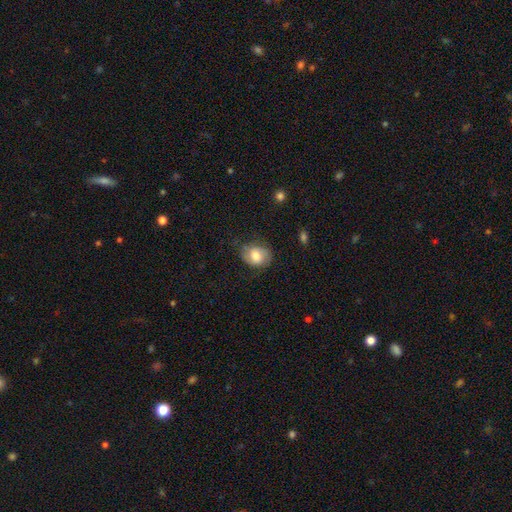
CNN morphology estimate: smooth_or_featured: smooth (p=0.65) [alt: featured or disk p=0.28]
how_rounded: in between (p=0.52) [alt: round p=0.47]
merging: none (p=0.69) [alt: minor disturbance p=0.23]